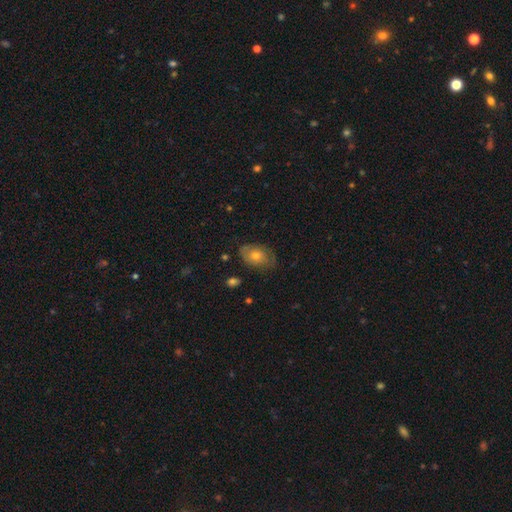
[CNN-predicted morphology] smooth 47%, featured or disk 43%, star or artifact 10%. Down the decision tree: merging — none (73%).